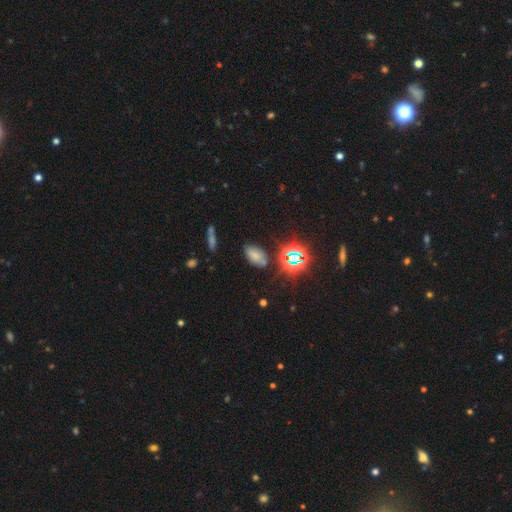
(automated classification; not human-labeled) Overall: smooth (58%; star or artifact 29%). How rounded: in between (90%). Merging: none (71%).